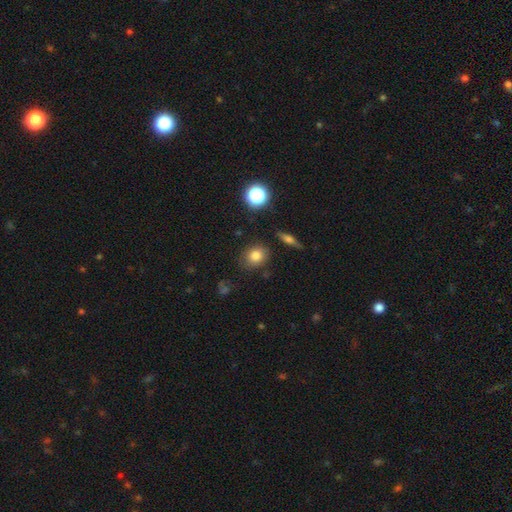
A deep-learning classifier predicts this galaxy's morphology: This is clearly a smooth galaxy (80%). How rounded: likely round (64%). Merging: clearly none (82%).